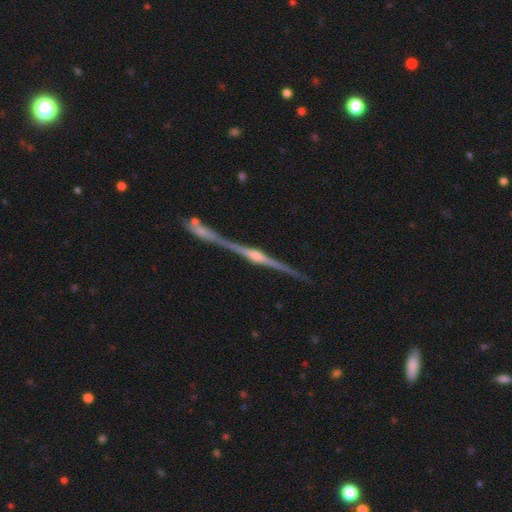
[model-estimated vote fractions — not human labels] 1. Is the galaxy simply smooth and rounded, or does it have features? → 89% featured or disk, 6% star or artifact, 5% smooth.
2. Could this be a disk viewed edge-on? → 98% yes, 2% no.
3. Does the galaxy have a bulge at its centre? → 86% rounded, 7% boxy, 7% none.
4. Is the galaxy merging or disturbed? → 77% none, 10% merger, 10% minor disturbance, 3% major disturbance.